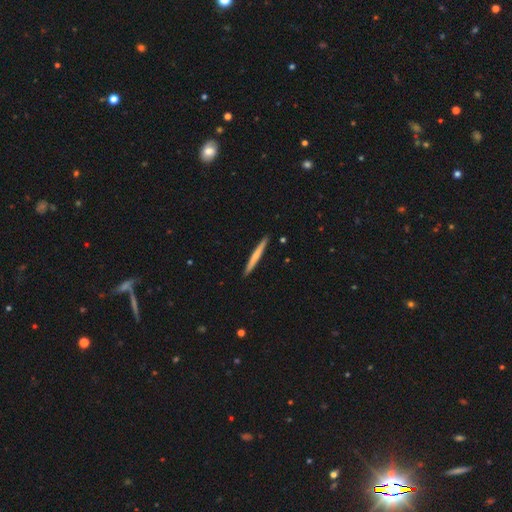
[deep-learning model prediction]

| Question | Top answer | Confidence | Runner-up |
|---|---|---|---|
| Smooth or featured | smooth | 60% | featured or disk (35%) |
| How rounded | cigar-shaped | 97% | in between (2%) |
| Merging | none | 91% | minor disturbance (6%) |